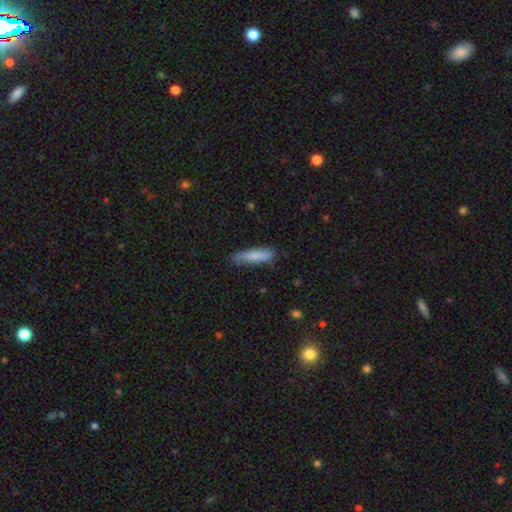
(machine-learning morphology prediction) smooth 80%, featured or disk 14%, star or artifact 6%. Down the decision tree: how rounded — cigar-shaped (78%); merging — none (79%).